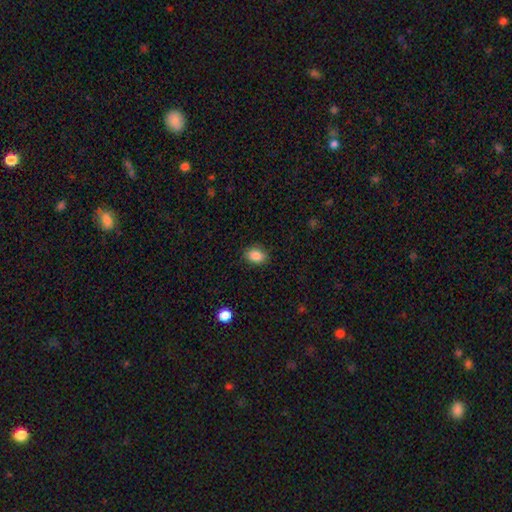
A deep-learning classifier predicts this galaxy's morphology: Smooth or featured? smooth (86%)
How rounded? in between (63%)
Merging? none (86%)